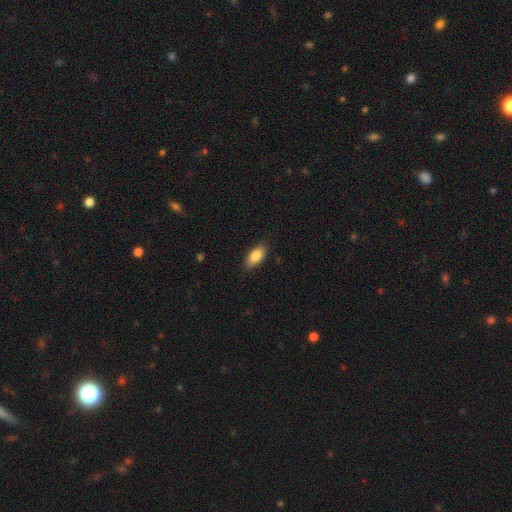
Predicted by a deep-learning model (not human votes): smooth 85%, featured or disk 8%, star or artifact 6%. Down the decision tree: how rounded — in between (89%); merging — none (86%).